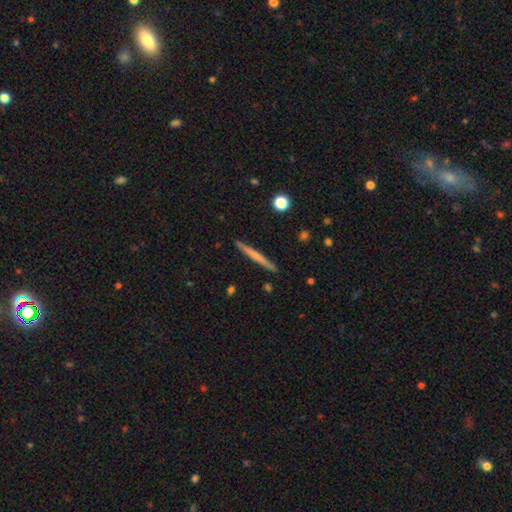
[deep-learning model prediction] Smooth or featured?
  - smooth: 50% *
  - featured or disk: 44%
  - star or artifact: 6%
How rounded?
  - cigar-shaped: 96% *
  - in between: 2%
  - round: 2%
Merging?
  - none: 91% *
  - minor disturbance: 6%
  - merger: 1%
  - major disturbance: 1%